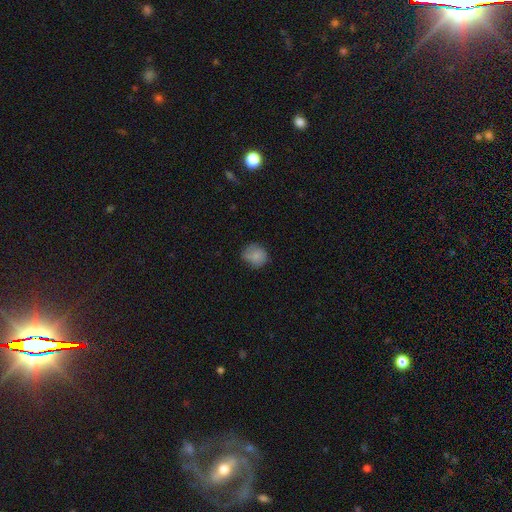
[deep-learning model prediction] A smooth galaxy with no disk features (80%) that is round (76%). Merging: none (63%).